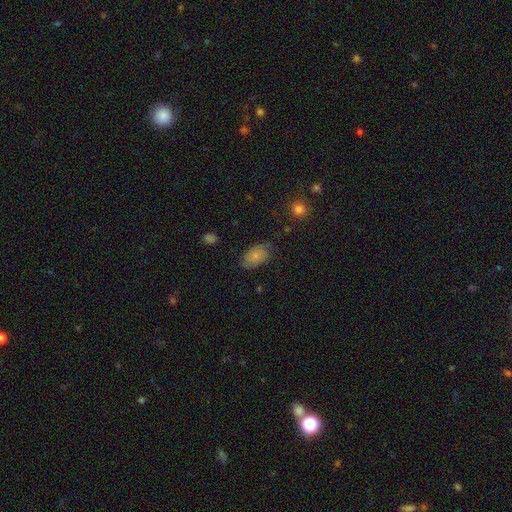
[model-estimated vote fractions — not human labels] A smooth galaxy with no disk features (53%) that is in between round and cigar-shaped (90%). Merging: none (63%).